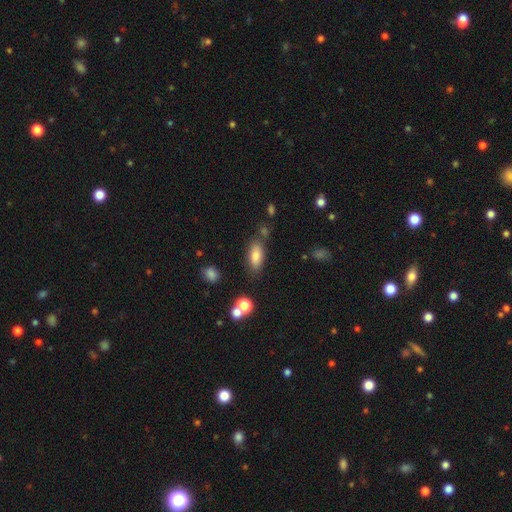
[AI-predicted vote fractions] Smooth or featured? Predicted: smooth (p=0.80). How rounded? Predicted: in between (p=0.82). Merging? Predicted: none (p=0.73).